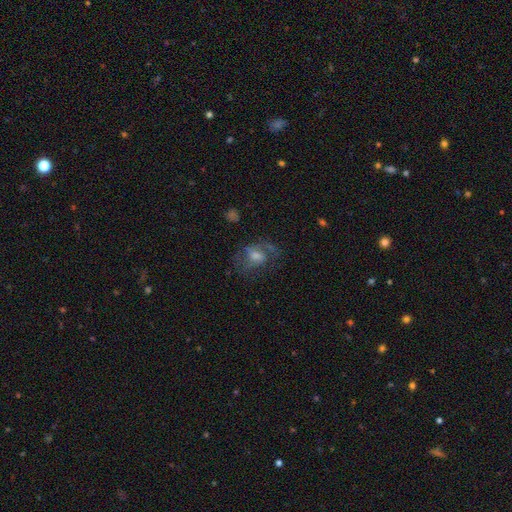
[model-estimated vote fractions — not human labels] A featured or disk galaxy (57%) with no bar (50%), spiral arms (71%) and a moderate central bulge (45%).

Vote fractions:
- Smooth or featured? featured or disk: 57% / smooth: 28% / star or artifact: 15%
- Edge-on disk? no: 95% / yes: 5%
- Bar? no: 50% / weak: 40% / strong: 10%
- Spiral arms? yes: 71% / no: 29%
- Bulge size? moderate: 45% / small: 27% / large: 15% / none: 12% / dominant: 2%
- Merging? none: 56% / major disturbance: 23% / minor disturbance: 20% / merger: 2%